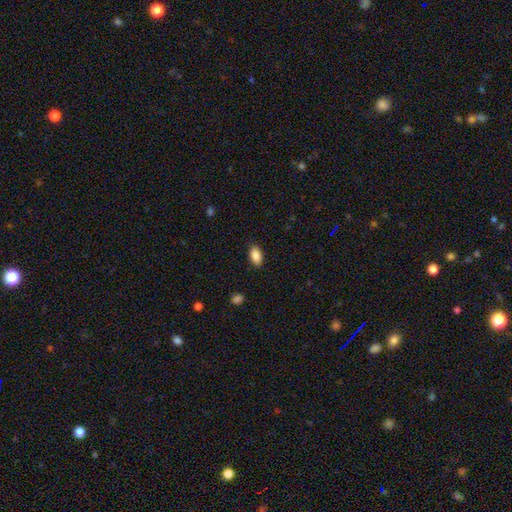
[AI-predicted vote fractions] The model was most divided on "merging": none: 87%, minor disturbance: 10%, major disturbance: 2%, merger: 1%. More confident: how rounded — in between (92%); smooth or featured — smooth (88%).